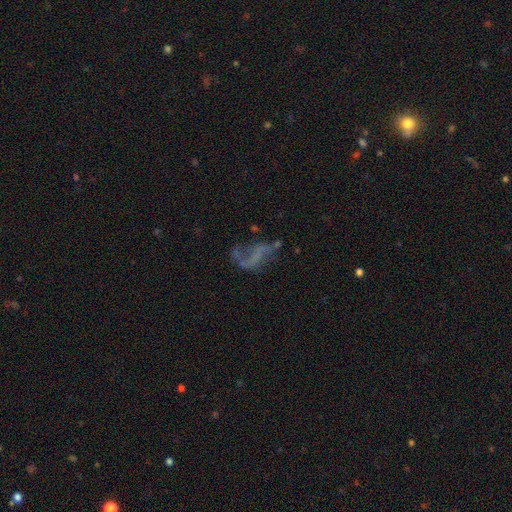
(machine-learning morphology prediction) Overall: featured or disk (60%; smooth 23%). Edge-on disk: no (96%). Bar: no (66%). Spiral arms: no (52%; yes 48%). Bulge size: none (81%). Merging: none (38%; major disturbance 36%).